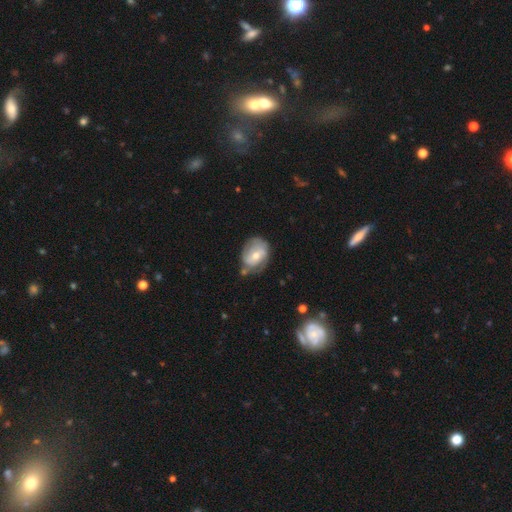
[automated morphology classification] Smooth or featured? Predicted: featured or disk (p=0.56). Edge-on disk? Predicted: no (p=0.96). Bar? Predicted: no (p=0.50). Spiral arms? Predicted: yes (p=0.69). Bulge size? Predicted: moderate (p=0.53). Merging? Predicted: none (p=0.53).